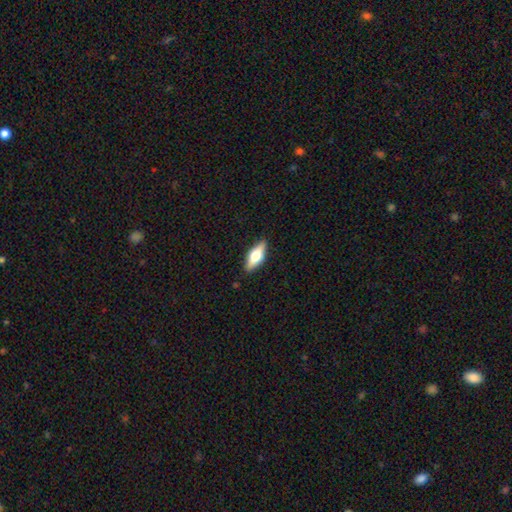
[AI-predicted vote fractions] Morphology: type=smooth (48%); merging=none (88%).